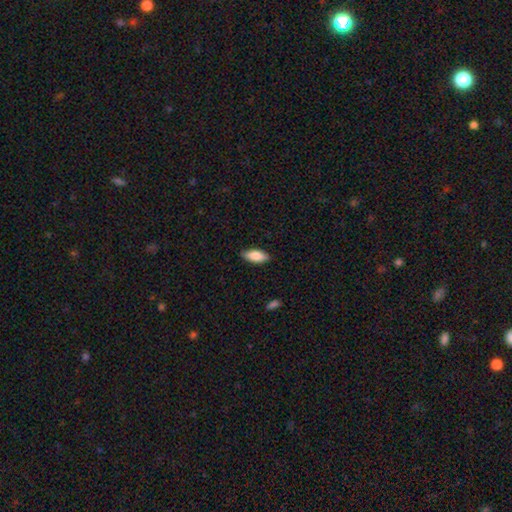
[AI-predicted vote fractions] The model was most divided on "how rounded": in between: 79%, cigar-shaped: 19%, round: 2%. More confident: merging — none (86%); smooth or featured — smooth (83%).